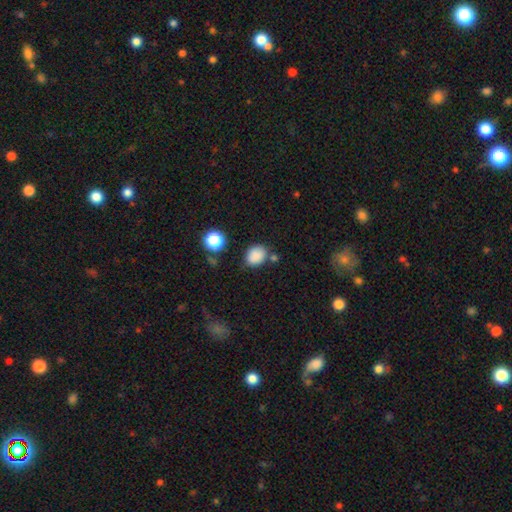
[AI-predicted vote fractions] smooth 85%, star or artifact 11%, featured or disk 5%. Down the decision tree: how rounded — in between (59%); merging — none (70%).